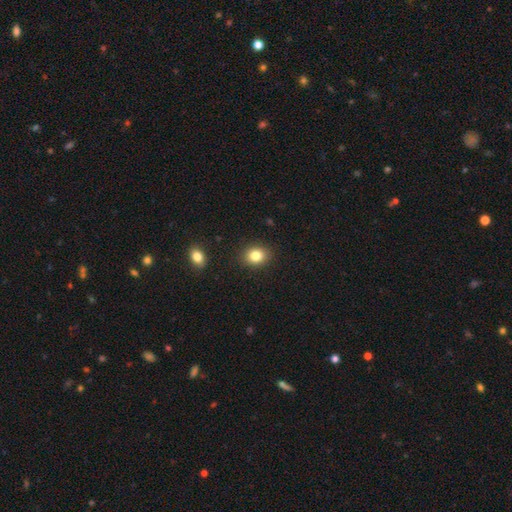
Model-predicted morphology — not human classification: Smooth or featured? Predicted: smooth (p=0.83). How rounded? Predicted: round (p=0.54). Merging? Predicted: none (p=0.89).